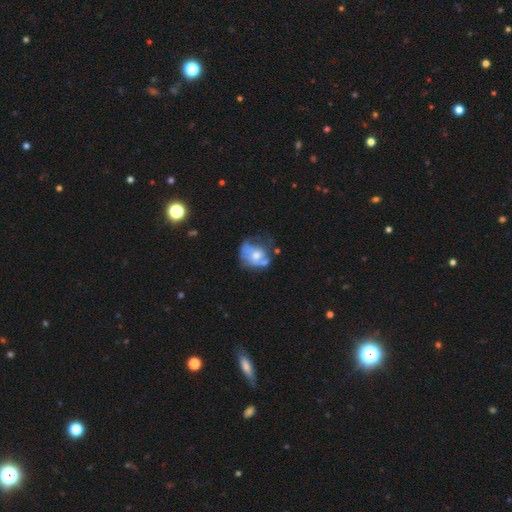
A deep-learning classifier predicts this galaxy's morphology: A featured or disk galaxy (47%). Merging: major disturbance (29%).